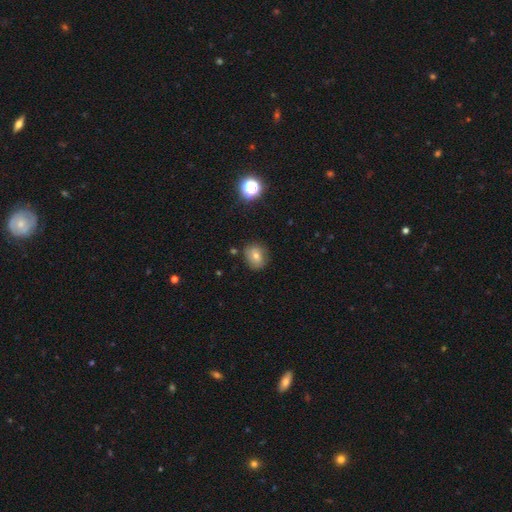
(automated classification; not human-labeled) Morphology: type=smooth (69%); roundness=round (67%); merging=none (80%).